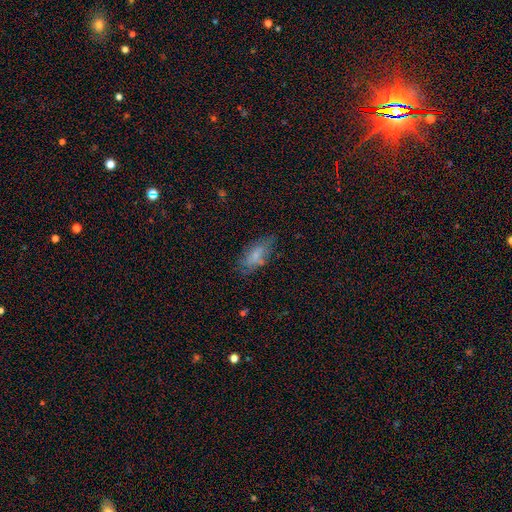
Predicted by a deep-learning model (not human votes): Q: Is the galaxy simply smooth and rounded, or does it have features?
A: smooth — 70%.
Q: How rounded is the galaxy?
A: in between — 82%.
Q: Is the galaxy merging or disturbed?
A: none — 68%.